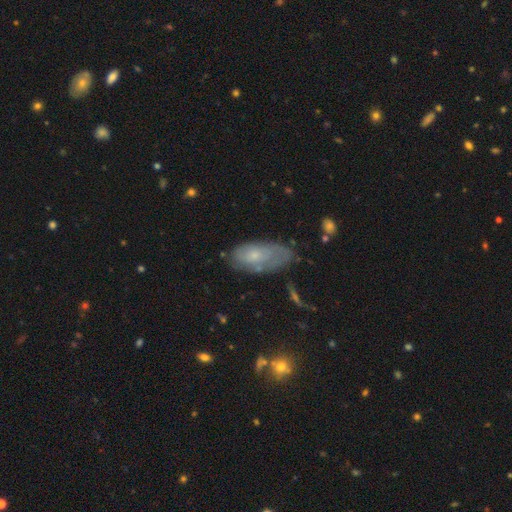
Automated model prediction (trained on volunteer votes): This appears to be a smooth galaxy with no disk features (52%) that is in between round and cigar-shaped (89%). Merging: none (52%).